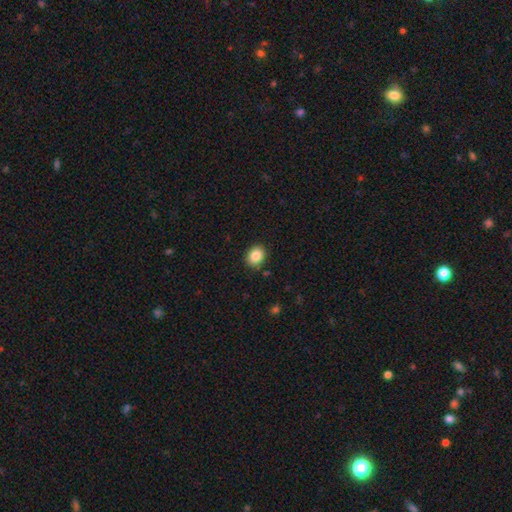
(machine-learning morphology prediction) This appears to be a smooth galaxy with no disk features (86%) that is round (54%). Merging: none (88%).